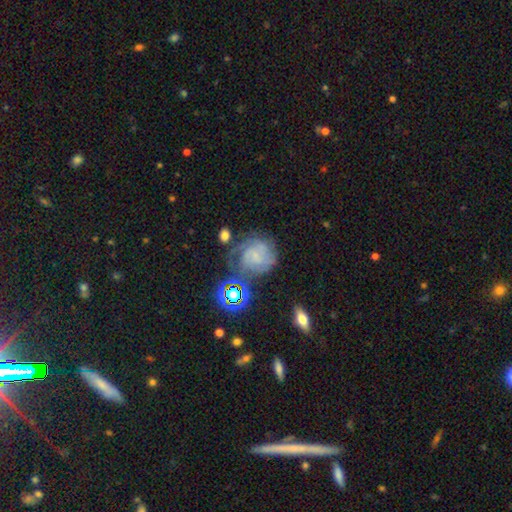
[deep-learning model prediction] Smooth or featured?
  - featured or disk: 64% *
  - smooth: 21%
  - star or artifact: 15%
Edge-on disk?
  - no: 98% *
  - yes: 2%
Bar?
  - no: 72% *
  - weak: 23%
  - strong: 5%
Spiral arms?
  - yes: 89% *
  - no: 11%
Spiral winding?
  - tight: 57% *
  - medium: 32%
  - loose: 10%
Spiral arm count?
  - can't tell: 38% *
  - 3: 24%
  - 2: 15%
  - 4: 11%
  - 1: 6%
  - more than 4: 6%
Bulge size?
  - small: 56% *
  - none: 29%
  - moderate: 12%
  - large: 3%
  - dominant: 2%
Merging?
  - none: 51% *
  - minor disturbance: 23%
  - major disturbance: 19%
  - merger: 7%